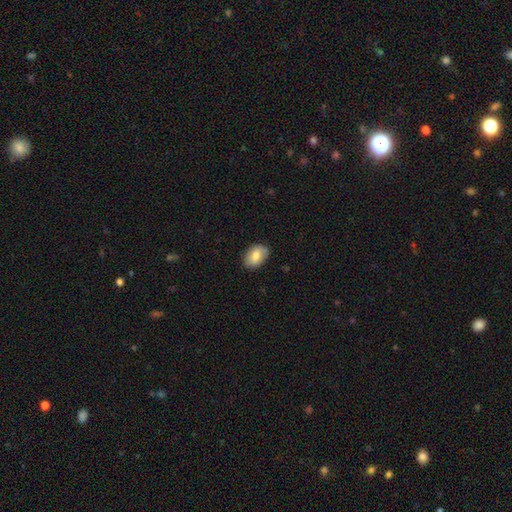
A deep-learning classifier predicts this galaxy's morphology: Smooth or featured: smooth — 79% (featured or disk — 15%)
How rounded: in between — 87% (round — 12%)
Merging: none — 83% (minor disturbance — 13%)